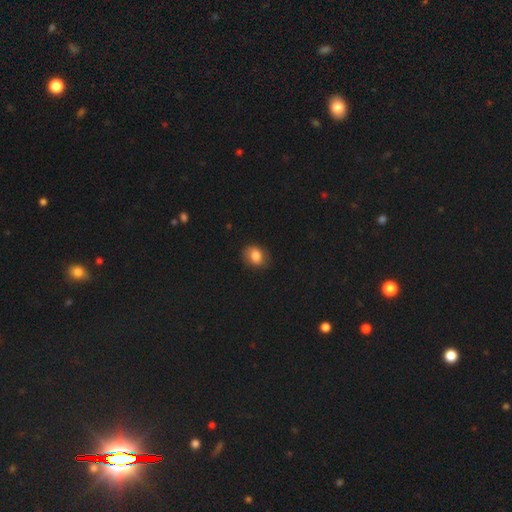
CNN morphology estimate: Overall: smooth (78%). How rounded: in between (54%; round 45%). Merging: none (80%).